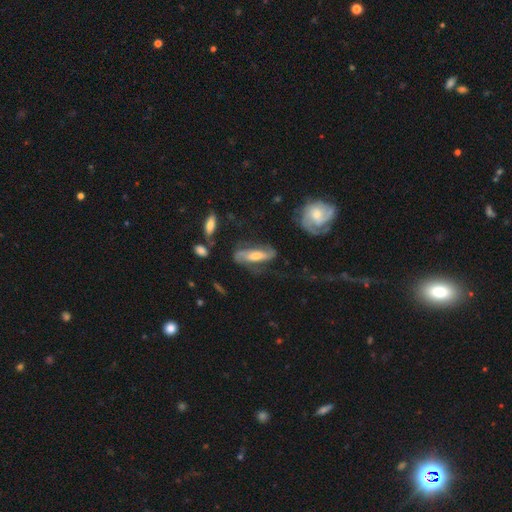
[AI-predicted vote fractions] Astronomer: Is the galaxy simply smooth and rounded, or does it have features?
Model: featured or disk — 71%.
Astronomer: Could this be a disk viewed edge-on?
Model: no — 82%.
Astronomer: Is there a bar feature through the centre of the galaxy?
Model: weak — 35% (runner-up: strong, 33%).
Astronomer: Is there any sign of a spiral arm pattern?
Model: yes — 91%.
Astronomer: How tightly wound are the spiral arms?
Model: medium — 44% (runner-up: loose, 29%).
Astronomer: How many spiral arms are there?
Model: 2 — 81%.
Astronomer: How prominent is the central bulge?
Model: moderate — 51% (runner-up: small, 26%).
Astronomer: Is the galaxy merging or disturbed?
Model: none — 61%.